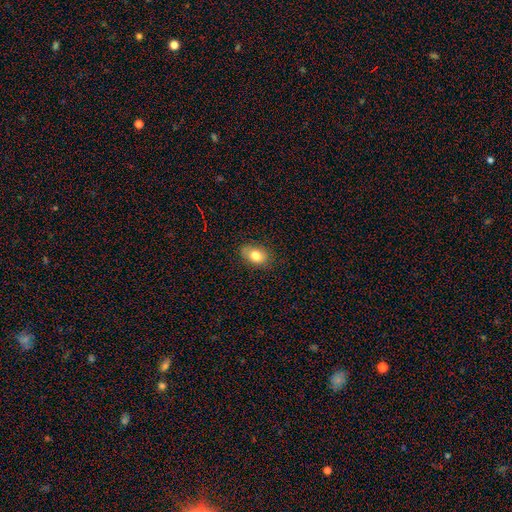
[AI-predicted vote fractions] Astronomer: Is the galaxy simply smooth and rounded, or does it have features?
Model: smooth — 79%.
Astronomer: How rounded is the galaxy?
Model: in between — 79%.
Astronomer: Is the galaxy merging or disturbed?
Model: none — 83%.